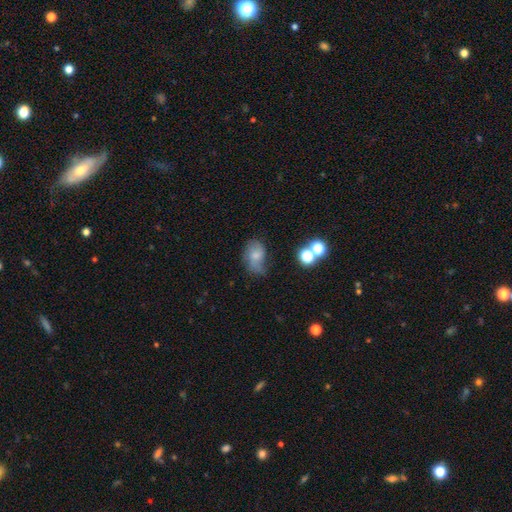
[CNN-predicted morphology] The model was most divided on "merging": none: 38%, minor disturbance: 35%, major disturbance: 21%, merger: 5%. More confident: how rounded — in between (80%); smooth or featured — smooth (58%).